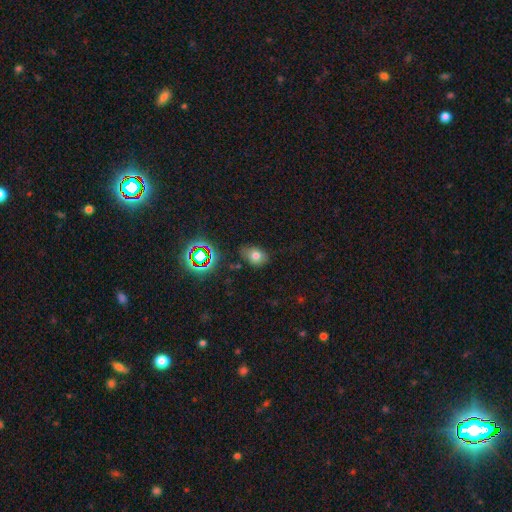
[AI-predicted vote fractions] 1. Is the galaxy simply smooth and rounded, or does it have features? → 70% smooth, 19% star or artifact, 11% featured or disk.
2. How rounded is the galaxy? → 70% in between, 29% round, 1% cigar-shaped.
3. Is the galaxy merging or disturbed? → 71% none, 21% minor disturbance, 5% major disturbance, 3% merger.